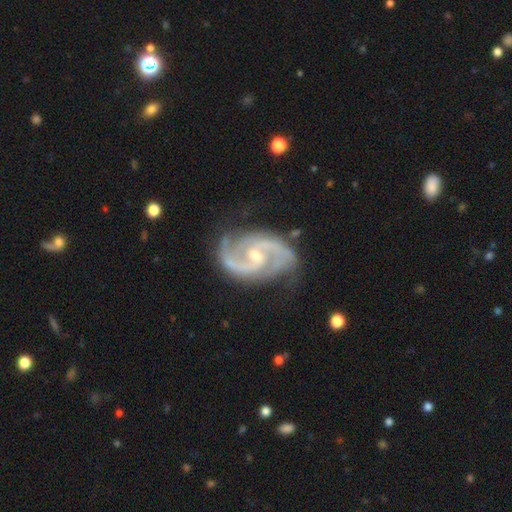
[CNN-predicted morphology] This appears to be a featured or disk galaxy (93%) with a weak bar (49%), 2 (92%) medium (63%) spiral arms (99%) and a small central bulge (58%). Merging: none (75%).